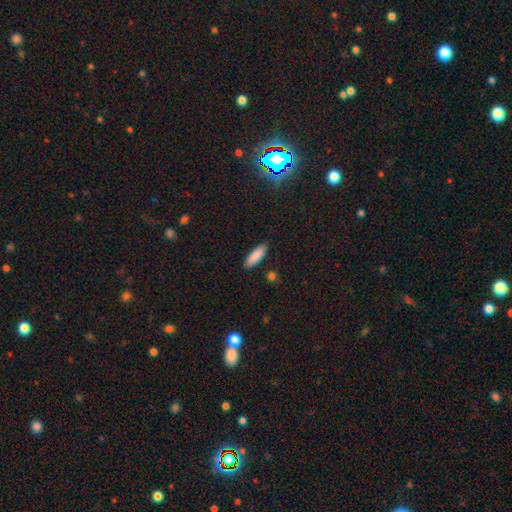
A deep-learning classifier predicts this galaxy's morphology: type=smooth (87%); roundness=in between (52%); merging=none (87%).